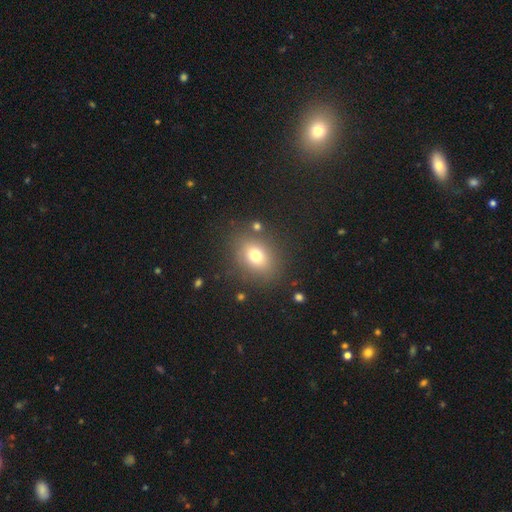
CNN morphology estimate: Smooth or featured? smooth (74%)
How rounded? in between (53%)
Merging? none (82%)